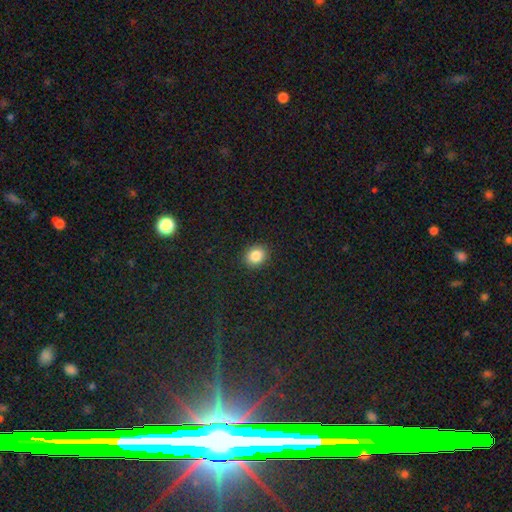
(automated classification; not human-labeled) Overall: smooth (85%). How rounded: round (65%; in between 34%). Merging: none (91%).